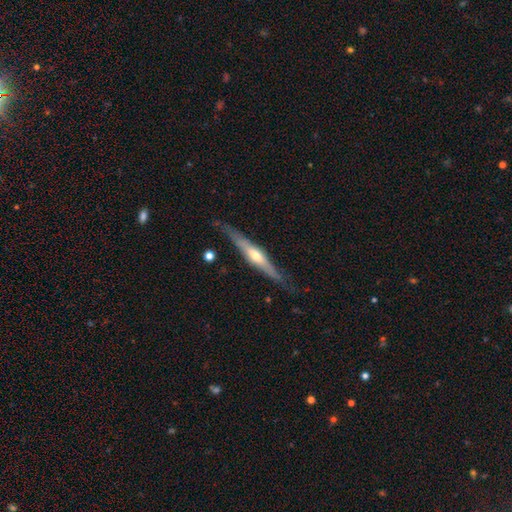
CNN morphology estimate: A featured or disk galaxy (69%) viewed edge-on (95%) with a rounded central bulge (80%).

Vote fractions:
- Smooth or featured? featured or disk: 69% / smooth: 26% / star or artifact: 5%
- Edge-on disk? yes: 95% / no: 5%
- Edge-on bulge? rounded: 80% / none: 12% / boxy: 8%
- Merging? none: 80% / minor disturbance: 15% / major disturbance: 3% / merger: 2%